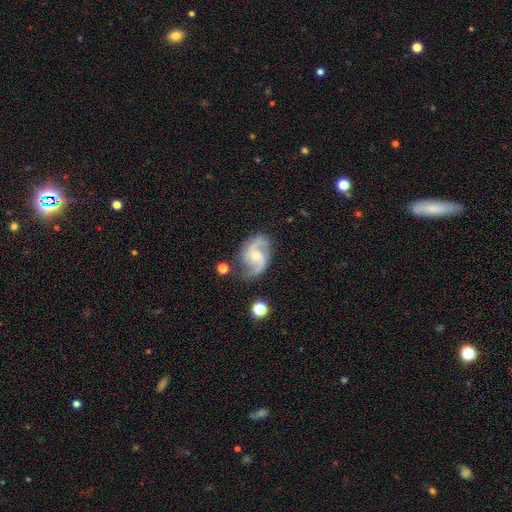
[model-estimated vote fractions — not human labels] A featured or disk galaxy (88%) with no bar (57%), 2 (90%) medium (52%) spiral arms (97%) and a small central bulge (57%).

Vote fractions:
- Smooth or featured? featured or disk: 88% / smooth: 7% / star or artifact: 6%
- Edge-on disk? no: 98% / yes: 2%
- Bar? no: 57% / weak: 36% / strong: 7%
- Spiral arms? yes: 97% / no: 3%
- Spiral winding? medium: 52% / loose: 34% / tight: 14%
- Spiral arm count? 2: 90% / can't tell: 3% / 3: 3% / 1: 2% / 4: 1% / more than 4: 1%
- Bulge size? small: 57% / moderate: 39% / none: 2% / large: 2% / dominant: 1%
- Merging? none: 72% / minor disturbance: 18% / major disturbance: 7% / merger: 3%